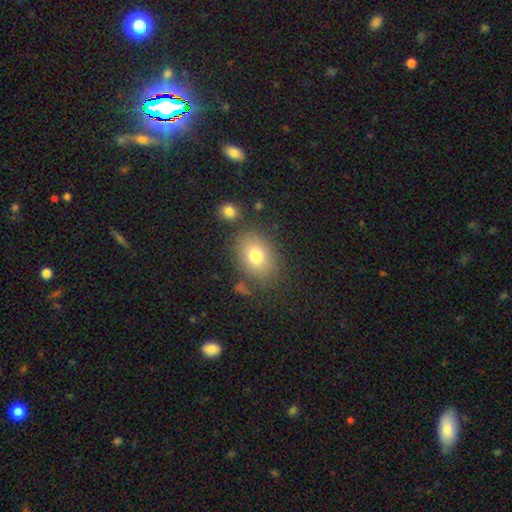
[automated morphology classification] Smooth or featured? Predicted: smooth (p=0.77). How rounded? Predicted: in between (p=0.66). Merging? Predicted: none (p=0.76).